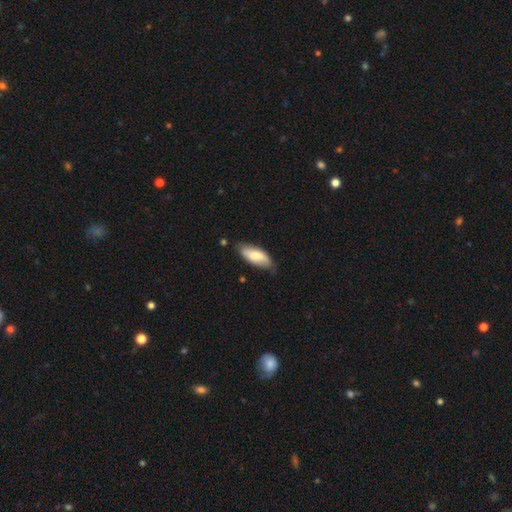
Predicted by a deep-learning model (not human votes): Smooth or featured? Predicted: smooth (p=0.73). How rounded? Predicted: in between (p=0.79). Merging? Predicted: none (p=0.71).